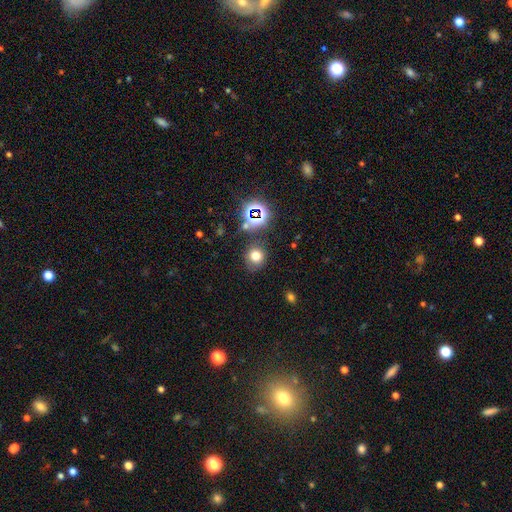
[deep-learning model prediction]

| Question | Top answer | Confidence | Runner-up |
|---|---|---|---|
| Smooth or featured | smooth | 70% | star or artifact (21%) |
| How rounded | round | 80% | in between (19%) |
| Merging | none | 78% | minor disturbance (12%) |